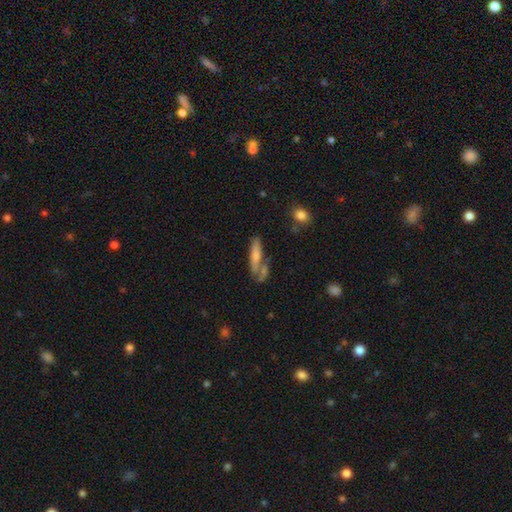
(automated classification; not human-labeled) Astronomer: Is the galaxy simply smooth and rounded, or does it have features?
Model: smooth — 63%.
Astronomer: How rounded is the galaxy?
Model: cigar-shaped — 69%.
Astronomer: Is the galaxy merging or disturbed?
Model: none — 46% (runner-up: merger, 29%).